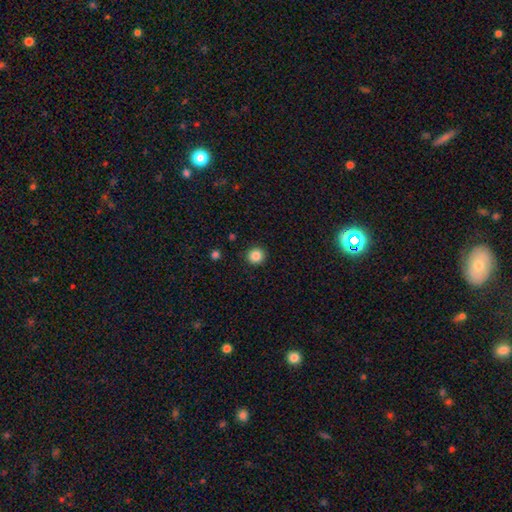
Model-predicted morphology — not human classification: Smooth or featured? smooth (86%)
How rounded? round (92%)
Merging? none (91%)